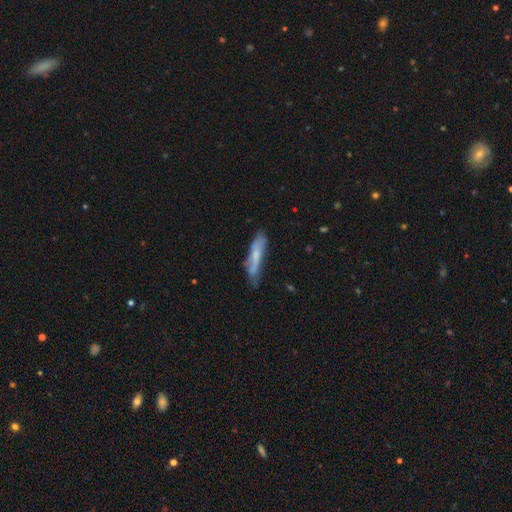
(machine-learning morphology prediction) A smooth galaxy with no disk features (51%) that is cigar-shaped (82%). Merging: none (58%).